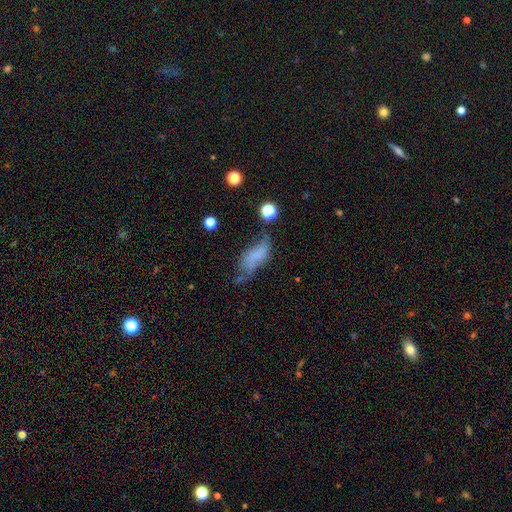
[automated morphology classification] Smooth or featured? smooth (59%)
How rounded? in between (81%)
Merging? none (33%)